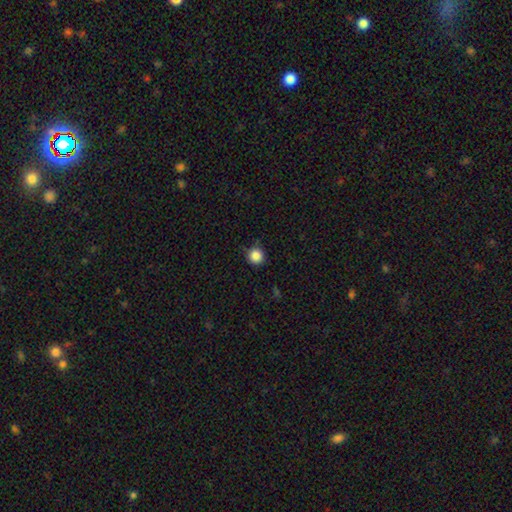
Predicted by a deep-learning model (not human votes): This appears to be a smooth galaxy with no disk features (86%) that is round (96%). Merging: none (86%).